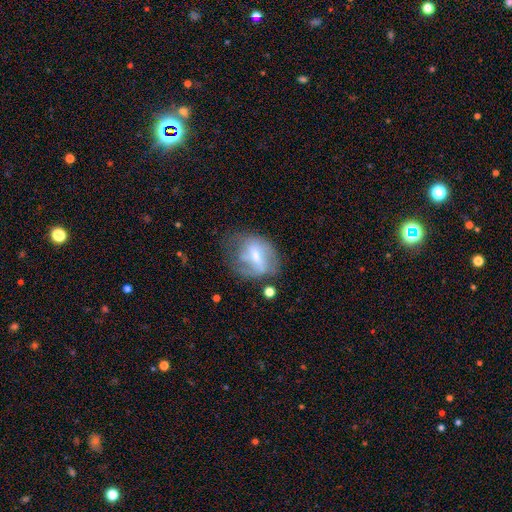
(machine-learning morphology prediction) Overall: featured or disk (58%; smooth 33%). Edge-on disk: no (95%). Bar: weak (47%; strong 28%). Spiral arms: yes (55%; no 45%). Bulge size: moderate (50%; small 41%). Merging: none (41%; minor disturbance 28%).